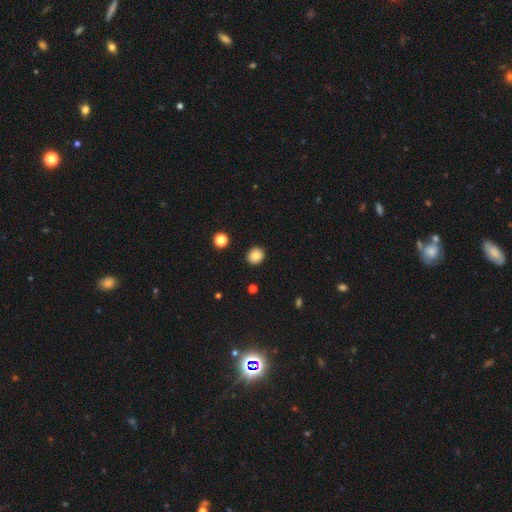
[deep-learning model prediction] Smooth or featured? smooth (85%)
How rounded? round (83%)
Merging? none (91%)